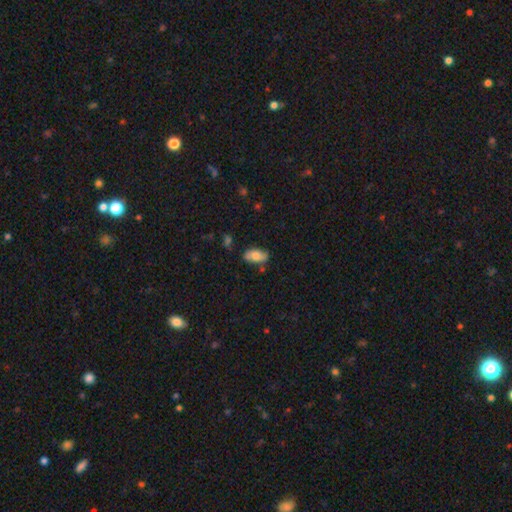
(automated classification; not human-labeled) Smooth or featured? Predicted: smooth (p=0.70). How rounded? Predicted: in between (p=0.92). Merging? Predicted: none (p=0.76).